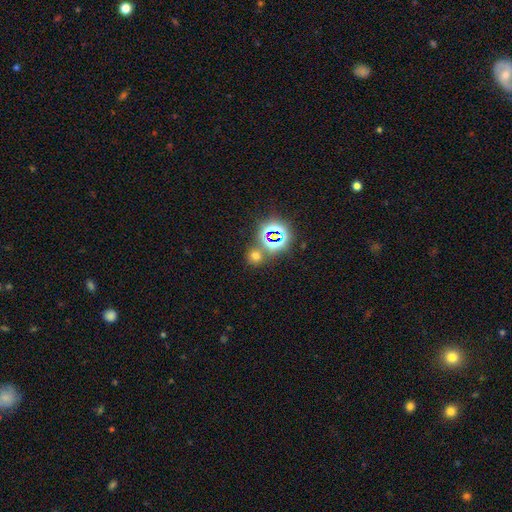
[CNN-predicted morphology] This appears to be a smooth galaxy with no disk features (54%) that is round (84%). Merging: none (72%).